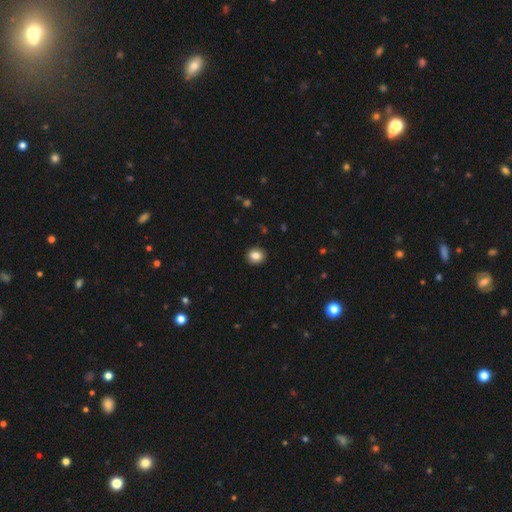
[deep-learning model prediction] Smooth or featured? Predicted: smooth (p=0.84). How rounded? Predicted: round (p=0.69). Merging? Predicted: none (p=0.91).